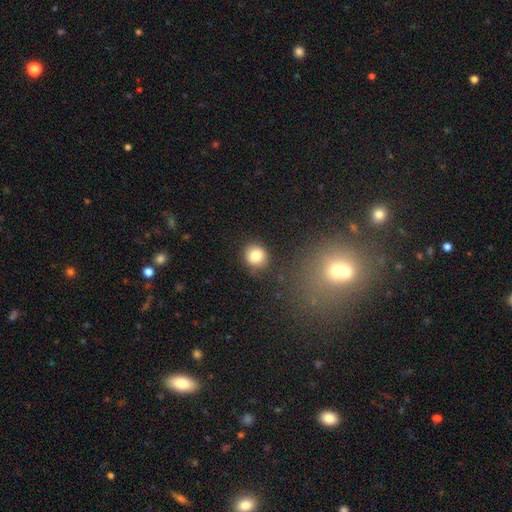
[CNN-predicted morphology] Smooth or featured: smooth — 82% (star or artifact — 10%)
How rounded: round — 82% (in between — 17%)
Merging: none — 84% (minor disturbance — 10%)